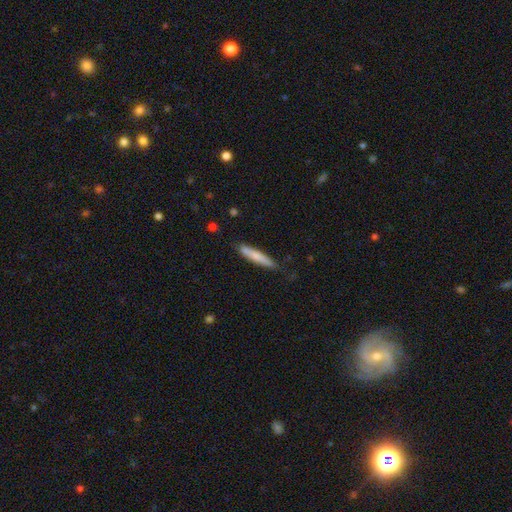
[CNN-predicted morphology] Overall: smooth (71%). How rounded: cigar-shaped (91%). Merging: none (78%).